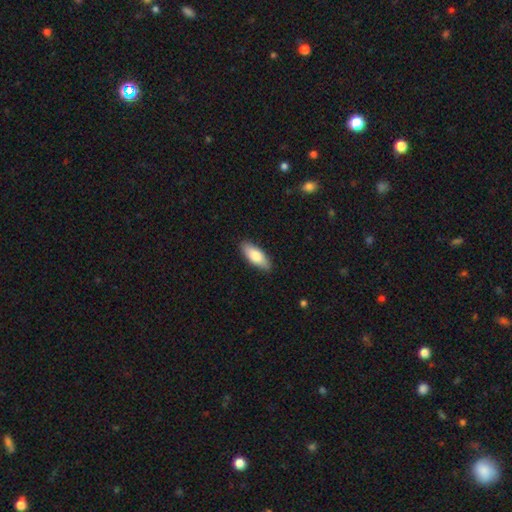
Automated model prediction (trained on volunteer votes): Overall: smooth (77%). How rounded: in between (74%). Merging: none (88%).